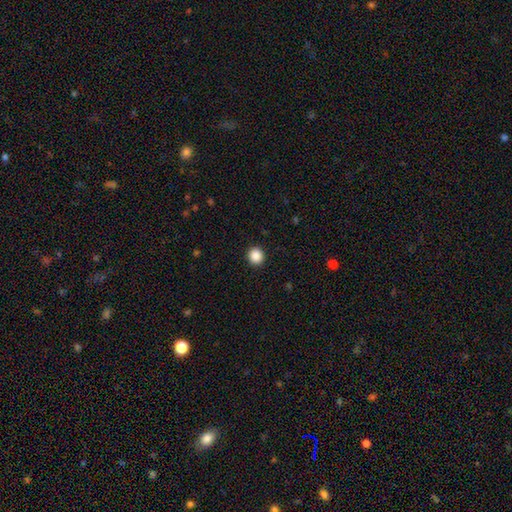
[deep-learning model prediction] Overall: smooth (88%). How rounded: round (91%). Merging: none (93%).